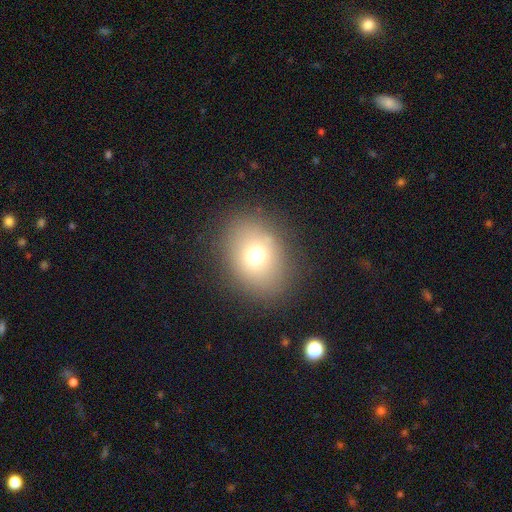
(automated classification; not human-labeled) smooth_or_featured: smooth (p=0.70) [alt: featured or disk p=0.16]
how_rounded: in between (p=0.56) [alt: round p=0.43]
merging: none (p=0.83) [alt: minor disturbance p=0.10]